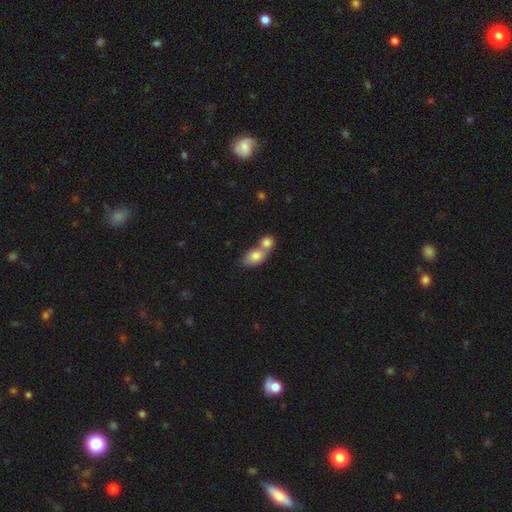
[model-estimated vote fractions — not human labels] Overall: smooth (79%). How rounded: in between (76%). Merging: merger (68%).